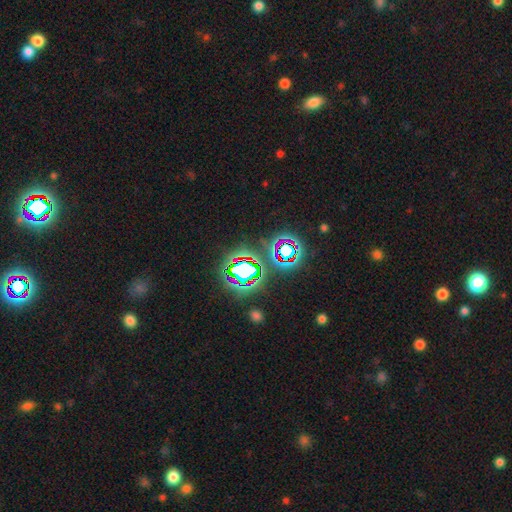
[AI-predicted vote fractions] A star or artifact, not a galaxy (76%).

Vote fractions:
- Smooth or featured? star or artifact: 76% / smooth: 16% / featured or disk: 8%